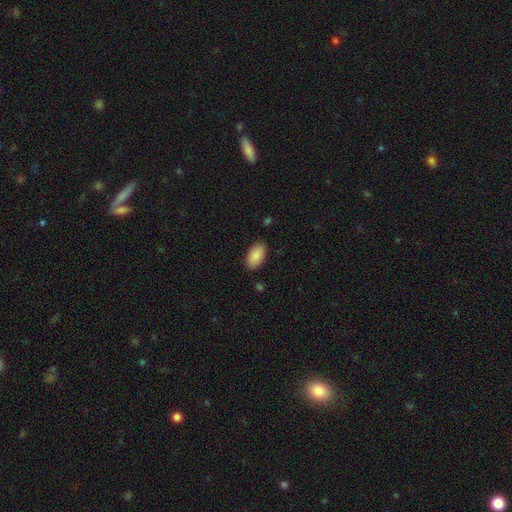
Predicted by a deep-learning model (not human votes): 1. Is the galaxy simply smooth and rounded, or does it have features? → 90% smooth, 6% star or artifact, 4% featured or disk.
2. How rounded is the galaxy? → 95% in between, 3% round, 2% cigar-shaped.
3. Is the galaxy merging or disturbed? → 87% none, 10% minor disturbance, 2% major disturbance, 1% merger.